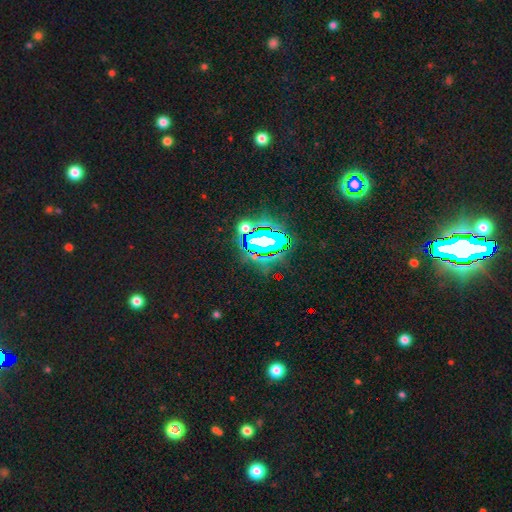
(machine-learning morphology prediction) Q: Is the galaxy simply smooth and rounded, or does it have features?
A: star or artifact — 77%.